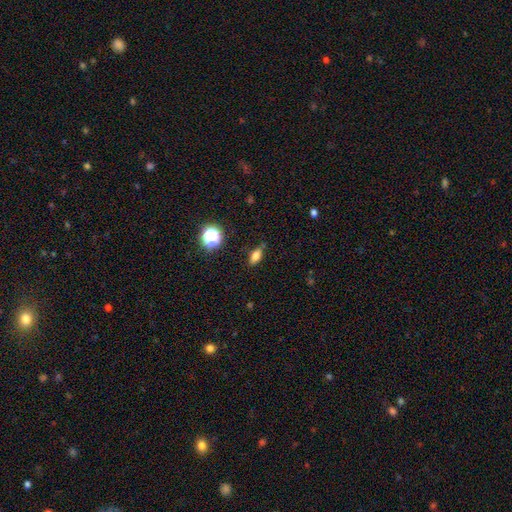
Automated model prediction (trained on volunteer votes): Smooth or featured: smooth — 75% (star or artifact — 14%)
How rounded: in between — 76% (cigar-shaped — 13%)
Merging: none — 81% (minor disturbance — 13%)